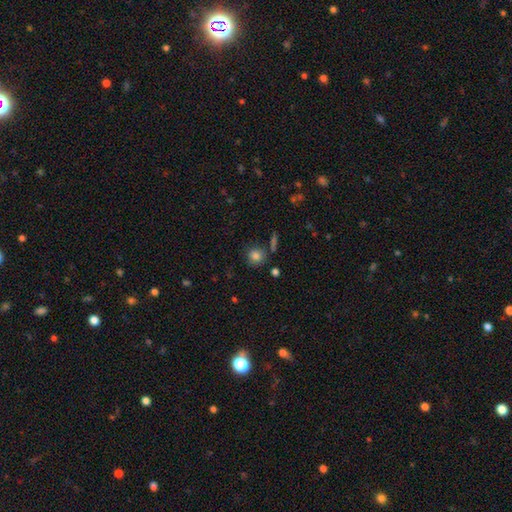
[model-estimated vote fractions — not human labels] This appears to be a smooth galaxy with no disk features (83%) that is round (85%). Merging: none (78%).